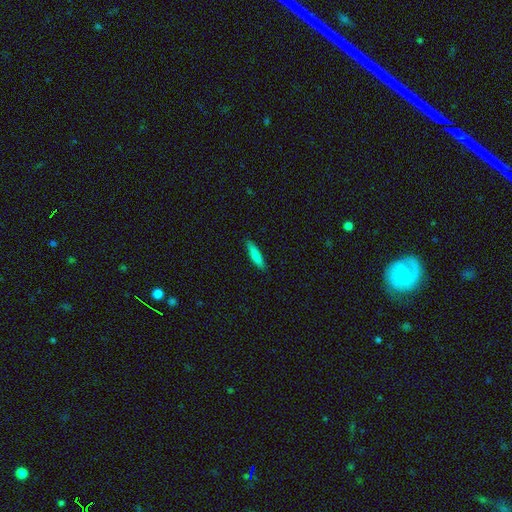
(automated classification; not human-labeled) smooth-or-featured: smooth: 81% | featured or disk: 13% | star or artifact: 6%
  how-rounded: cigar-shaped: 85% | in between: 13% | round: 1%
  merging: none: 88% | minor disturbance: 9% | major disturbance: 2% | merger: 1%